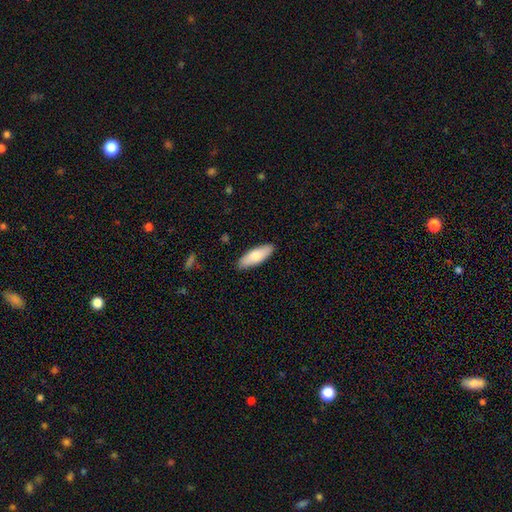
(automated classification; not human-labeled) Smooth or featured? Predicted: smooth (p=0.77). How rounded? Predicted: in between (p=0.61). Merging? Predicted: none (p=0.89).